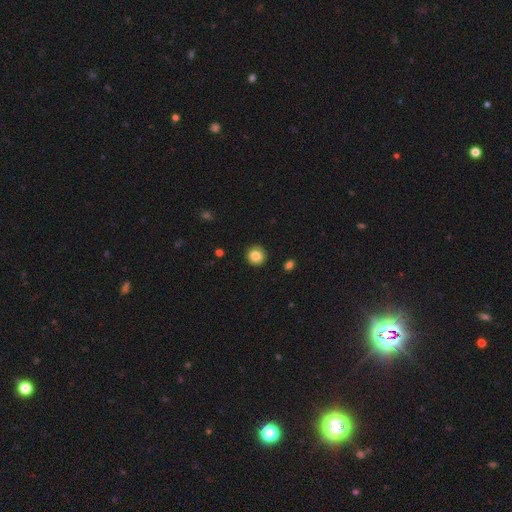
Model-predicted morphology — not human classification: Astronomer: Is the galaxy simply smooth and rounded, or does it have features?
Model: smooth — 83%.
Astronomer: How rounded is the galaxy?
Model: round — 93%.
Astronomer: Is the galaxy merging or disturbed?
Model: none — 90%.